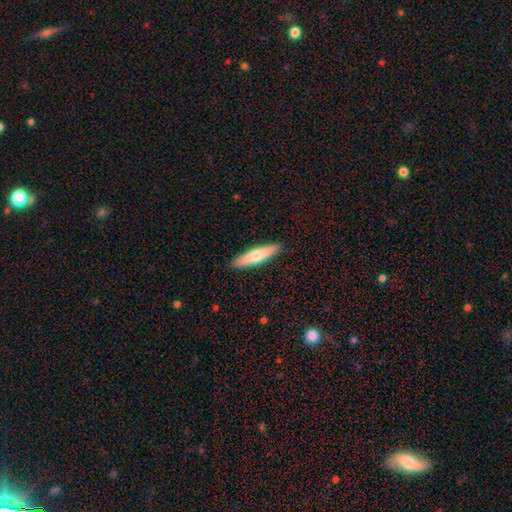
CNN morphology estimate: This is likely a smooth galaxy (62%). How rounded: clearly cigar-shaped (83%). Merging: clearly none (91%).